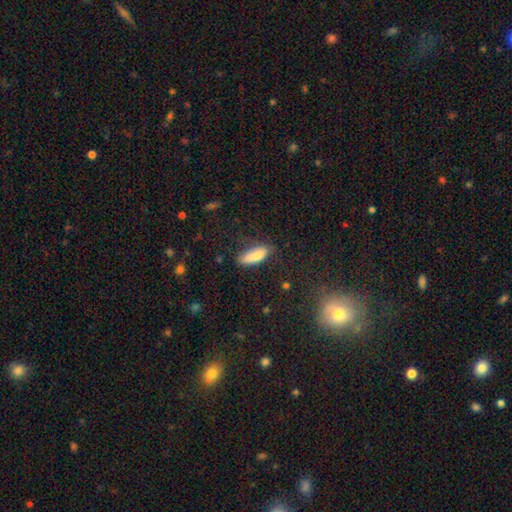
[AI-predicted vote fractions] smooth 81%, featured or disk 12%, star or artifact 7%. Down the decision tree: how rounded — in between (72%); merging — none (68%).